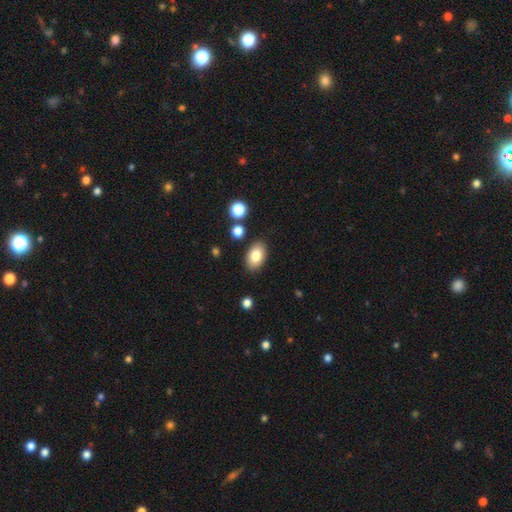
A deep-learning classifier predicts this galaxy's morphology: The model was most divided on "smooth or featured": smooth: 82%, featured or disk: 10%, star or artifact: 8%. More confident: how rounded — in between (91%); merging — none (85%).